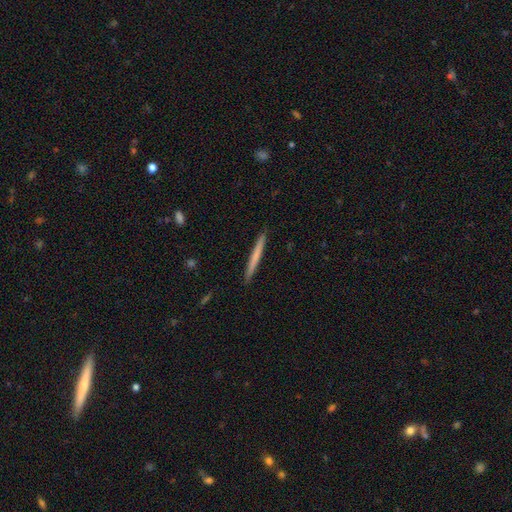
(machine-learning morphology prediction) This is likely a smooth galaxy (62%). How rounded: clearly cigar-shaped (97%). Merging: clearly none (92%).